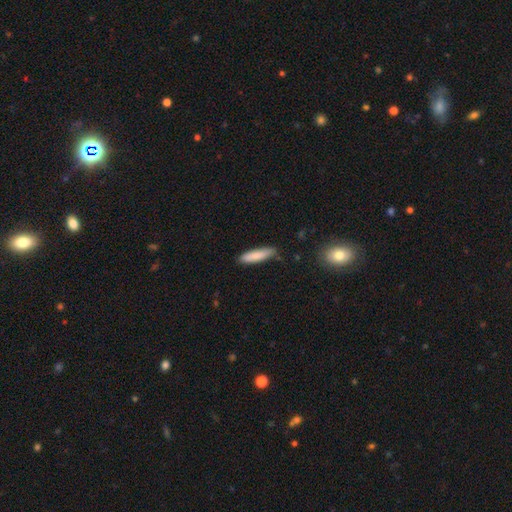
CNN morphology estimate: Smooth or featured?
  - smooth: 84% *
  - featured or disk: 10%
  - star or artifact: 6%
How rounded?
  - cigar-shaped: 75% *
  - in between: 23%
  - round: 1%
Merging?
  - none: 81% *
  - minor disturbance: 15%
  - major disturbance: 2%
  - merger: 2%